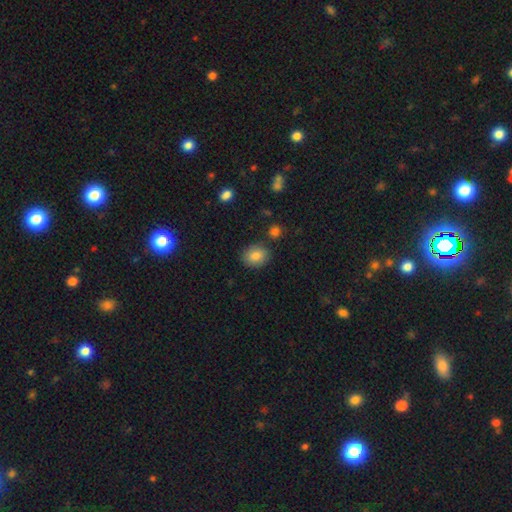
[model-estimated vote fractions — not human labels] Smooth or featured? Predicted: smooth (p=0.84). How rounded? Predicted: round (p=0.50). Merging? Predicted: none (p=0.84).